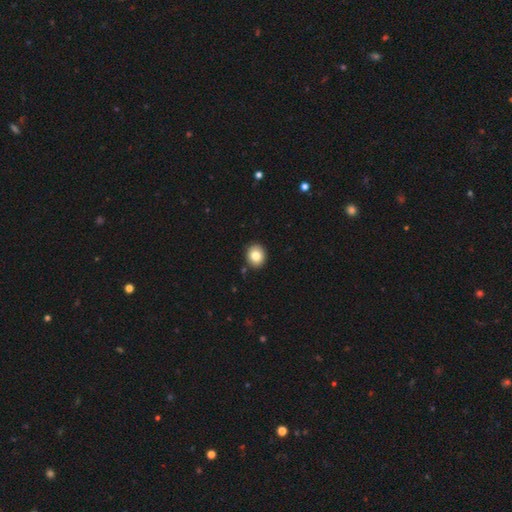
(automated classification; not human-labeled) This appears to be a smooth galaxy with no disk features (83%) that is round (76%). Merging: none (90%).